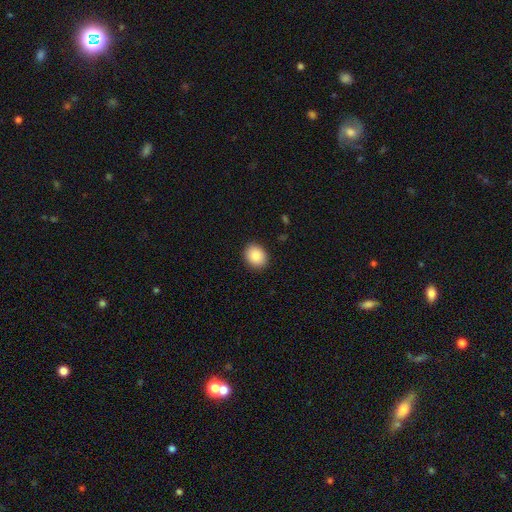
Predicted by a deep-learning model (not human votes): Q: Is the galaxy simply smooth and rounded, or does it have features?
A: smooth — 87%.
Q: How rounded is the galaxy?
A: round — 51%.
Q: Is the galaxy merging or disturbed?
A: none — 90%.